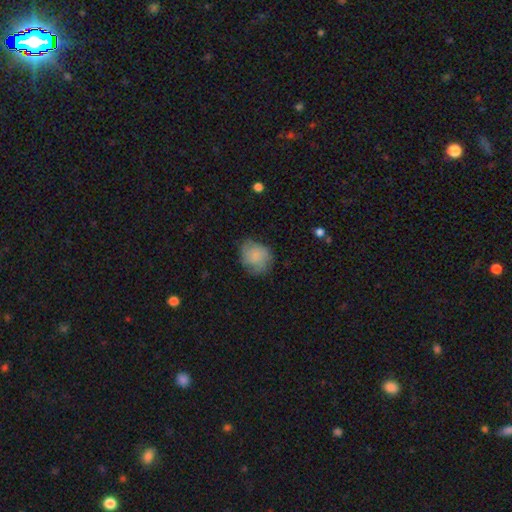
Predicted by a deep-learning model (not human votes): A smooth galaxy with no disk features (67%) that is round (71%). Merging: none (66%).